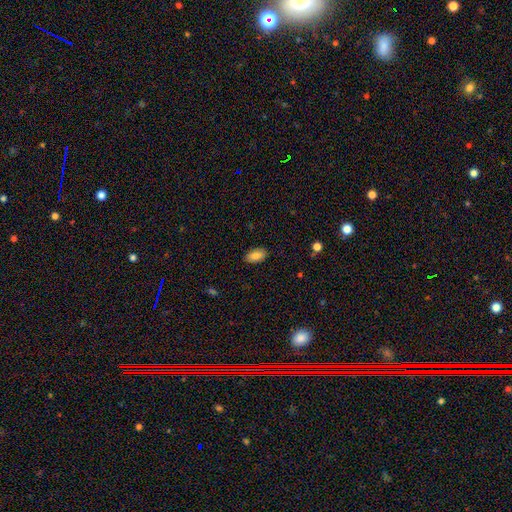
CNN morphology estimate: Smooth or featured: smooth — 84% (featured or disk — 9%)
How rounded: in between — 93% (round — 4%)
Merging: none — 87% (minor disturbance — 10%)